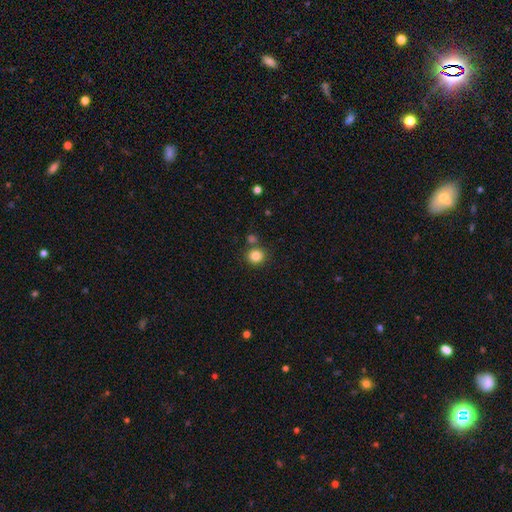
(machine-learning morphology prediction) A smooth galaxy with no disk features (84%) that is round (90%).

Vote fractions:
- Smooth or featured? smooth: 84% / star or artifact: 11% / featured or disk: 5%
- How rounded? round: 90% / in between: 9% / cigar-shaped: 1%
- Merging? none: 77% / merger: 11% / minor disturbance: 8% / major disturbance: 3%